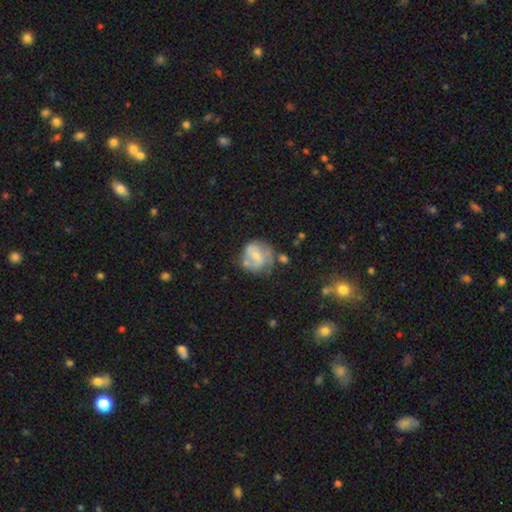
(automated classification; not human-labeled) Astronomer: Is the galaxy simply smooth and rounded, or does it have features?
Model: featured or disk — 50% (runner-up: smooth, 43%).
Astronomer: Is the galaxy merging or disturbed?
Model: none — 47% (runner-up: minor disturbance, 26%).